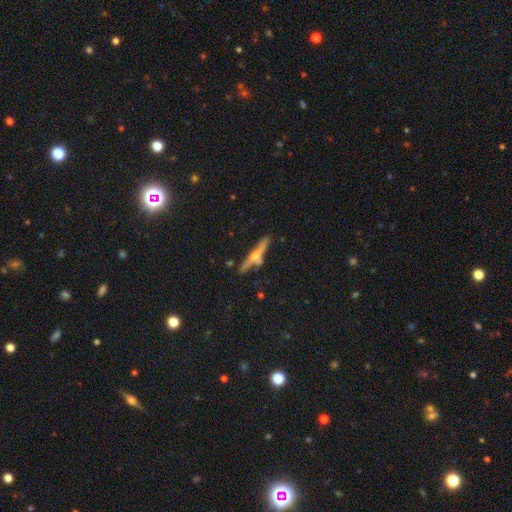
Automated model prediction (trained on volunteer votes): Morphology: type=featured or disk (64%); edge-on=yes (93%); edge-on bulge=rounded (89%); merging=none (73%).